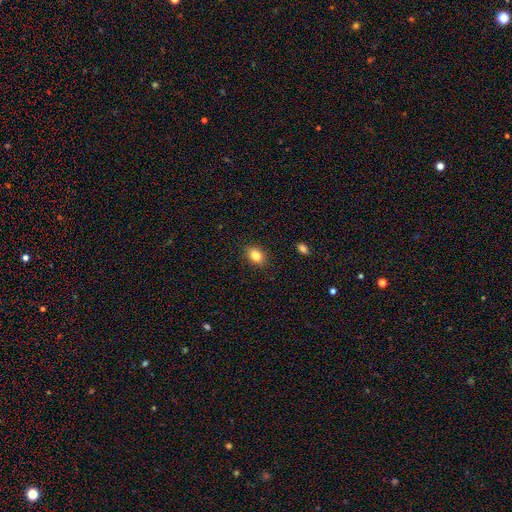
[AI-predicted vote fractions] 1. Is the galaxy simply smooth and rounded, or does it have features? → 83% smooth, 9% star or artifact, 7% featured or disk.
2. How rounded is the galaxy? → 69% in between, 30% round, 1% cigar-shaped.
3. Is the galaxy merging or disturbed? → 88% none, 9% minor disturbance, 2% major disturbance, 1% merger.